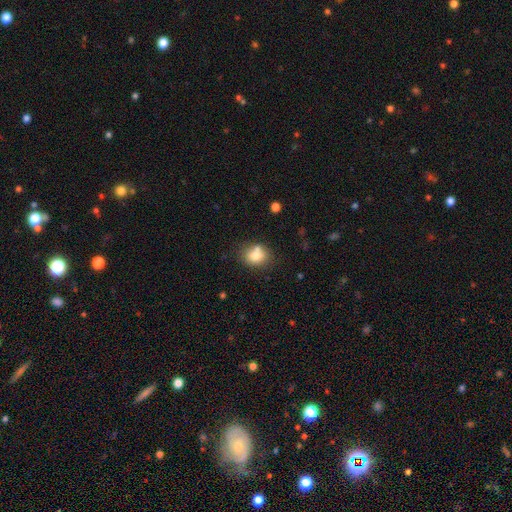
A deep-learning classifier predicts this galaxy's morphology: Smooth or featured? Predicted: smooth (p=0.76). How rounded? Predicted: round (p=0.55). Merging? Predicted: none (p=0.61).